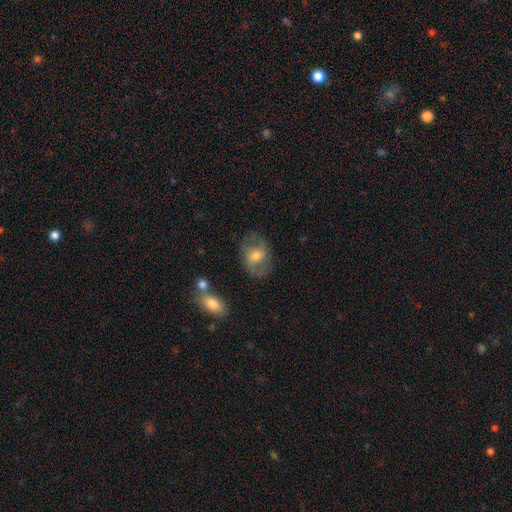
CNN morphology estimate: This is possibly a featured or disk galaxy (53%). It is clearly not viewed edge-on (95%). Bar: marginally no (43%). Spiral arm pattern: likely yes (71%). Central bulge: possibly moderate (58%). Merging: likely none (69%).